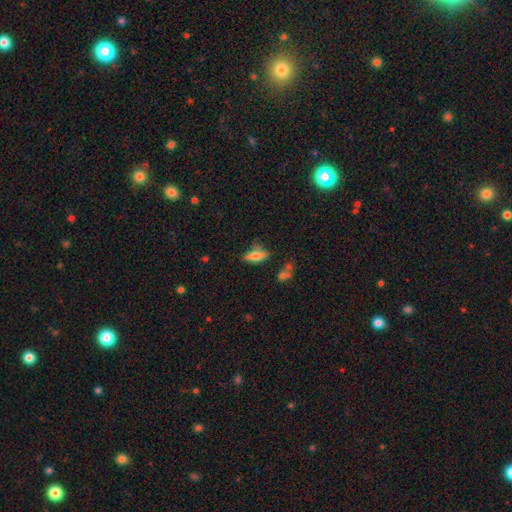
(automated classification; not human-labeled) smooth_or_featured: smooth (p=0.64) [alt: featured or disk p=0.27]
how_rounded: in between (p=0.62) [alt: cigar-shaped p=0.35]
merging: none (p=0.63) [alt: minor disturbance p=0.23]